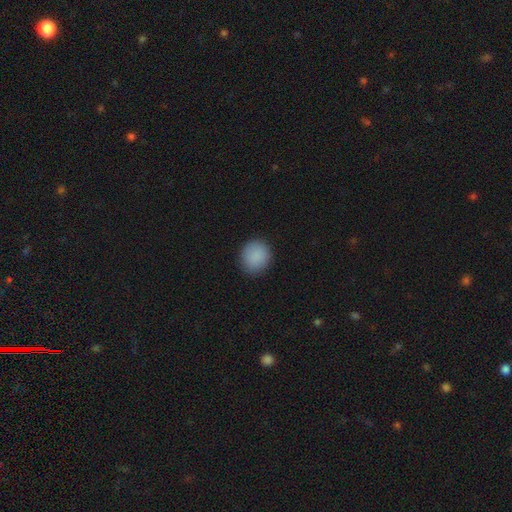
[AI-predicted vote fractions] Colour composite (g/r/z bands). It shows a smooth galaxy with no disk features (88%) that is round (80%). Merging: none (88%).